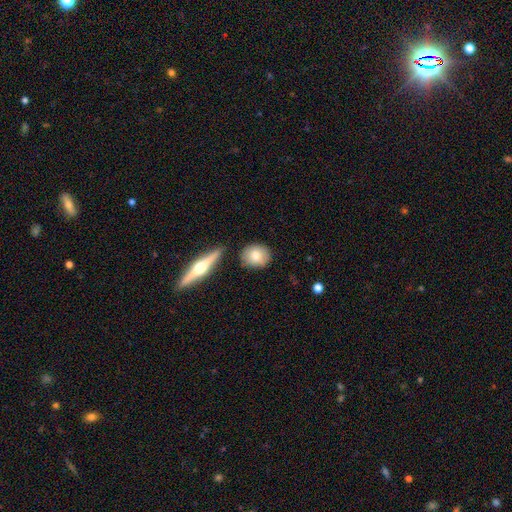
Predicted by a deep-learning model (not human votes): Morphology: type=smooth (79%); roundness=round (66%); merging=none (81%).